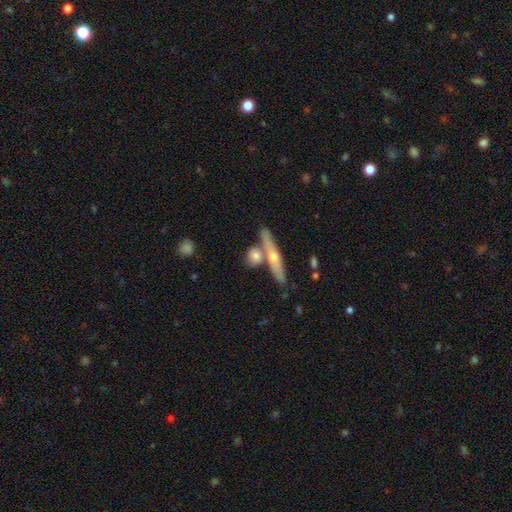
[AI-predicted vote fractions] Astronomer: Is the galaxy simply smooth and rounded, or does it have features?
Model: smooth — 60%.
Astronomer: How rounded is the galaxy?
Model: cigar-shaped — 38% (runner-up: round, 34%).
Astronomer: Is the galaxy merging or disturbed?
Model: none — 56%.